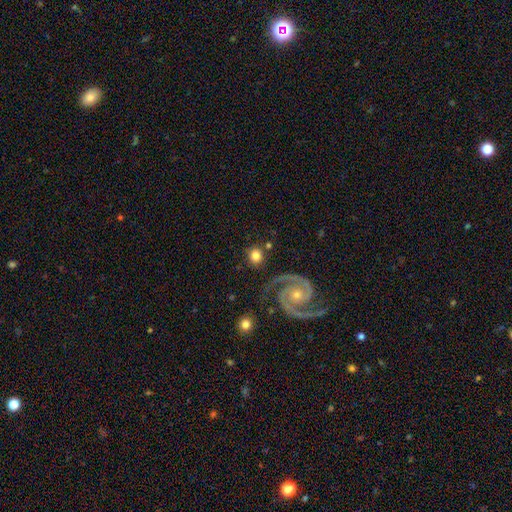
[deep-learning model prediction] Smooth or featured? smooth (64%)
How rounded? round (90%)
Merging? none (83%)